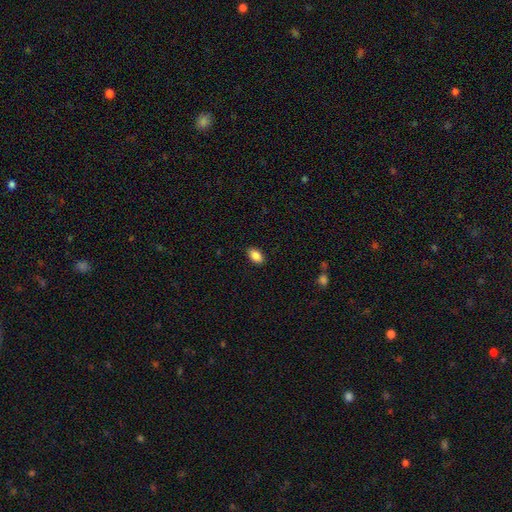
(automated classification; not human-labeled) A smooth galaxy with no disk features (88%) that is in between round and cigar-shaped (92%).

Vote fractions:
- Smooth or featured? smooth: 88% / star or artifact: 8% / featured or disk: 4%
- How rounded? in between: 92% / round: 7% / cigar-shaped: 2%
- Merging? none: 88% / minor disturbance: 9% / major disturbance: 2% / merger: 1%